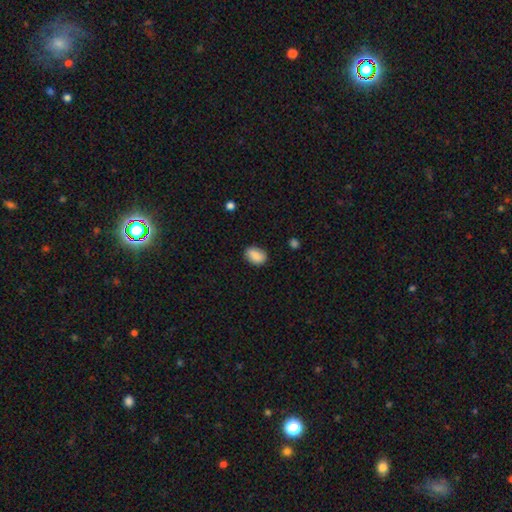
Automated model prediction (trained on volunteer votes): This appears to be a smooth galaxy with no disk features (87%) that is in between round and cigar-shaped (79%). Merging: none (82%).